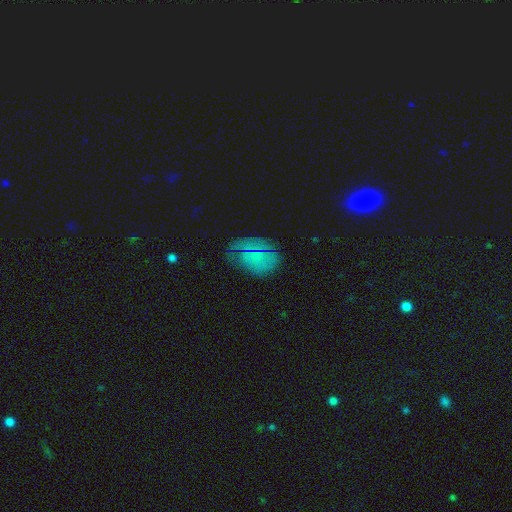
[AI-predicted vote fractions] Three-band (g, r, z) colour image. It shows a smooth galaxy with no disk features (49%). Merging: none (55%).